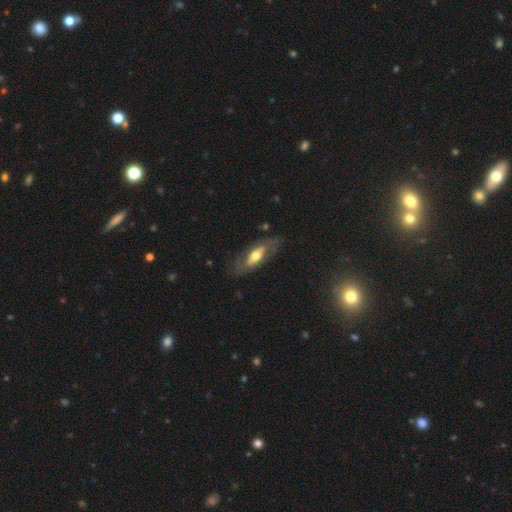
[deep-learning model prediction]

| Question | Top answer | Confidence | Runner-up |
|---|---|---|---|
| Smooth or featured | featured or disk | 58% | smooth (36%) |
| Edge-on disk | no | 69% | yes (31%) |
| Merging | none | 70% | minor disturbance (19%) |